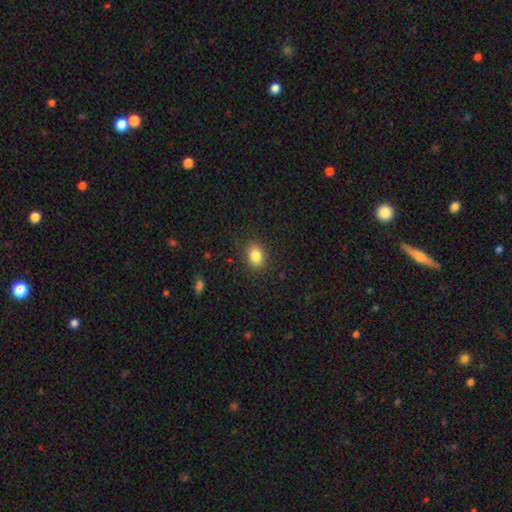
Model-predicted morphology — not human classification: type=smooth (84%); roundness=in between (70%); merging=none (87%).